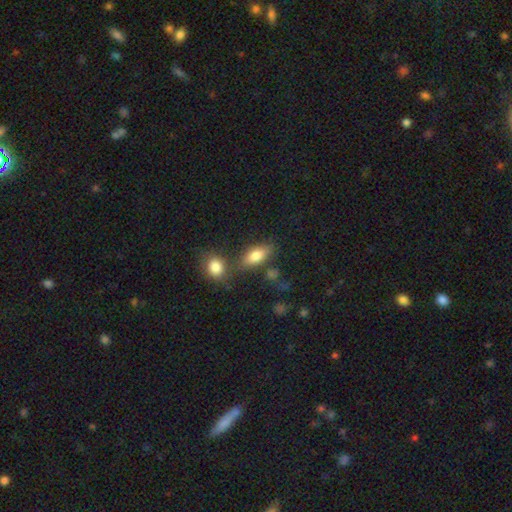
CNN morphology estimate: Overall: smooth (79%). How rounded: in between (83%). Merging: none (64%).